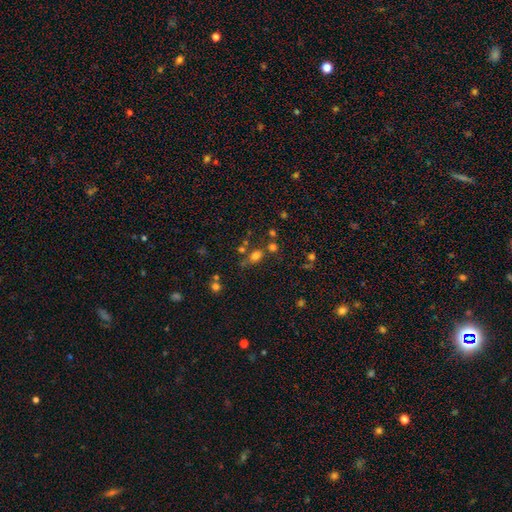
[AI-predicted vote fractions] Smooth or featured? Predicted: smooth (p=0.73). How rounded? Predicted: in between (p=0.60). Merging? Predicted: none (p=0.61).